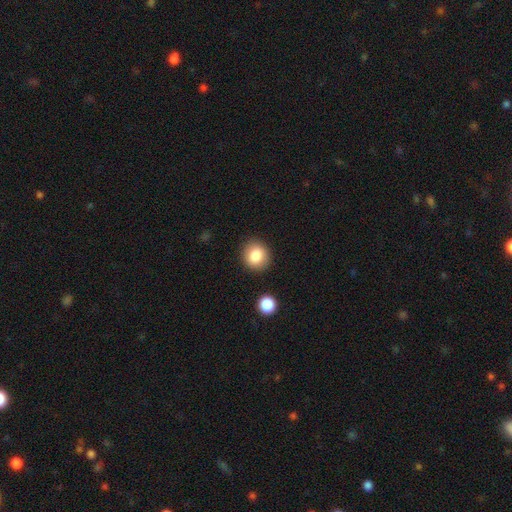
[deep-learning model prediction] Overall: smooth (84%). How rounded: round (83%). Merging: none (87%).